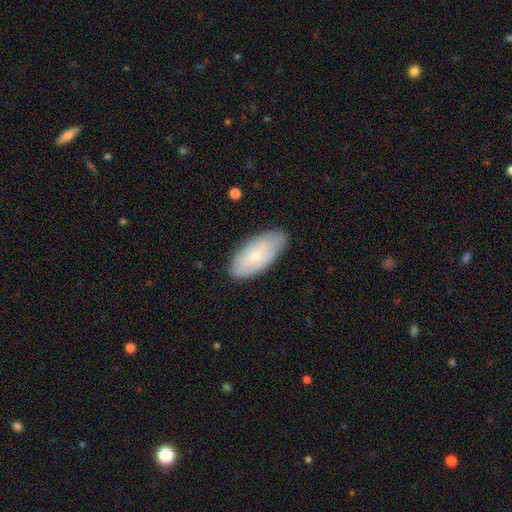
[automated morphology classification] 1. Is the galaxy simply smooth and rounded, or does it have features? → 56% smooth, 38% featured or disk, 7% star or artifact.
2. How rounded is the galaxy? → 90% in between, 7% cigar-shaped, 3% round.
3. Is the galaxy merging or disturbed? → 82% none, 15% minor disturbance, 3% major disturbance, 1% merger.